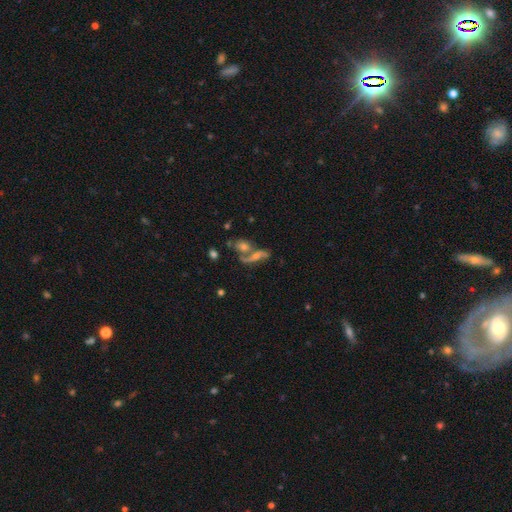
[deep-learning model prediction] Morphology: type=featured or disk (55%); edge-on=no (70%); merging=merger (45%).